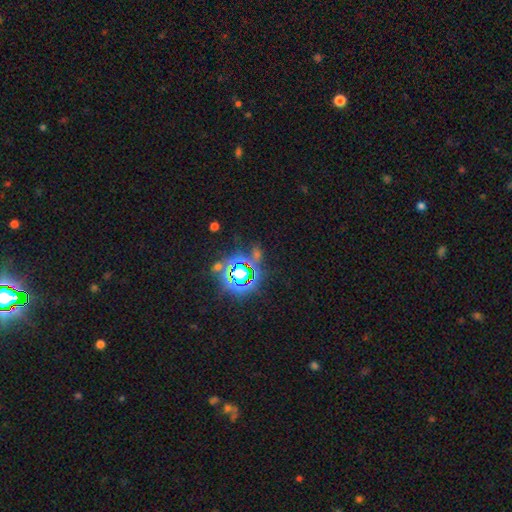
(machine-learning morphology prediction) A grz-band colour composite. It shows a star or artifact, not a galaxy (76%).